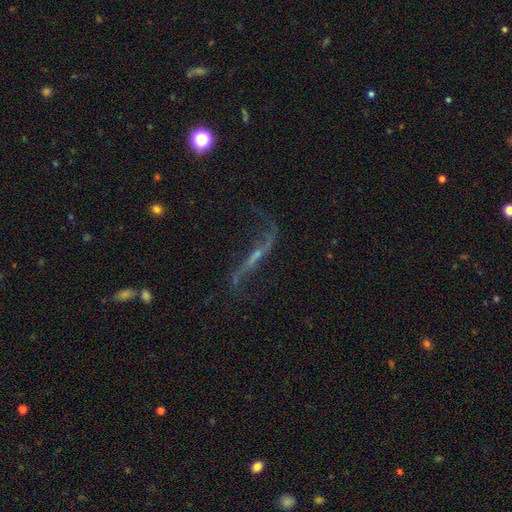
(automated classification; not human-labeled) Smooth or featured? Predicted: featured or disk (p=0.81). Edge-on disk? Predicted: no (p=0.72). Bar? Predicted: strong (p=0.35). Spiral arms? Predicted: yes (p=0.89). Spiral winding? Predicted: loose (p=0.93). Spiral arm count? Predicted: 2 (p=0.89). Bulge size? Predicted: small (p=0.57). Merging? Predicted: none (p=0.58).